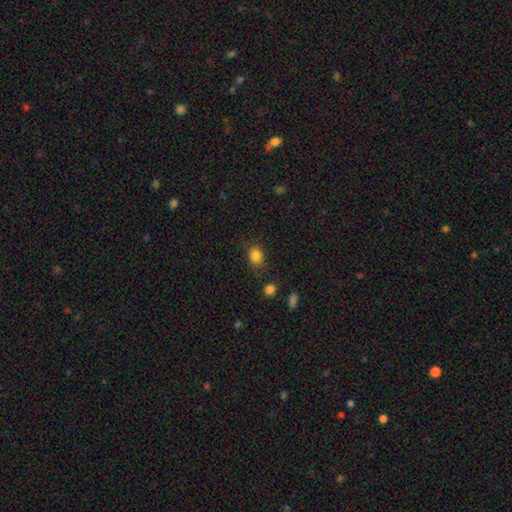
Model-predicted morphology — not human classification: type=smooth (84%); roundness=round (51%); merging=none (78%).